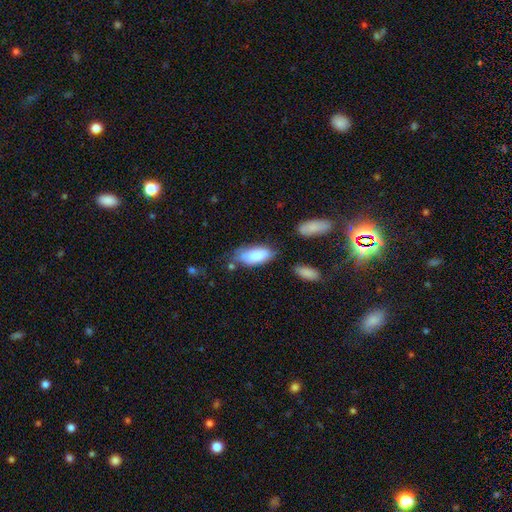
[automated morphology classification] A smooth galaxy with no disk features (81%) that is in between round and cigar-shaped (83%).

Vote fractions:
- Smooth or featured? smooth: 81% / featured or disk: 12% / star or artifact: 6%
- How rounded? in between: 83% / cigar-shaped: 15% / round: 2%
- Merging? none: 53% / minor disturbance: 29% / major disturbance: 10% / merger: 8%